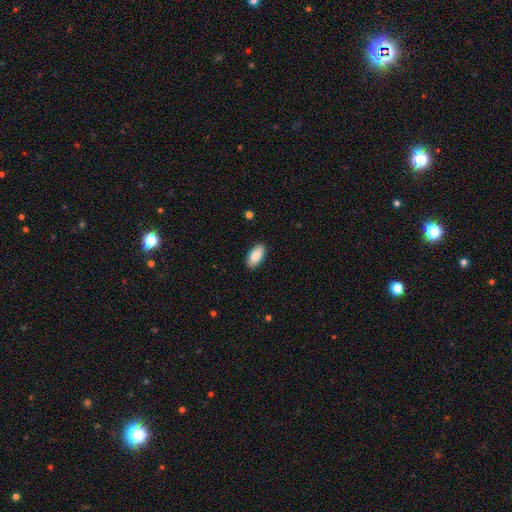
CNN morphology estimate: smooth 84%, featured or disk 9%, star or artifact 6%. Down the decision tree: how rounded — in between (92%); merging — none (90%).